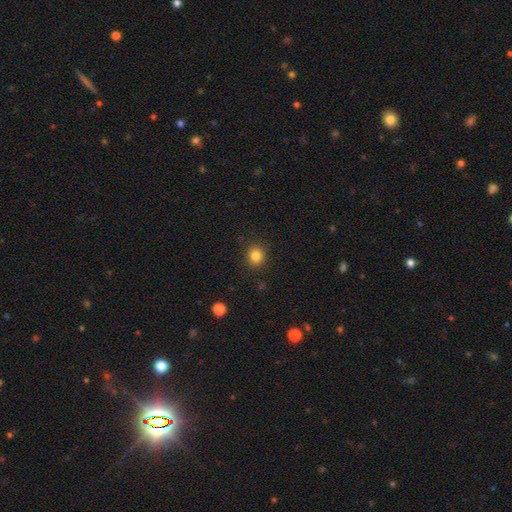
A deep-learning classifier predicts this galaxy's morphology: Smooth or featured?
  - smooth: 83% *
  - star or artifact: 12%
  - featured or disk: 5%
How rounded?
  - round: 81% *
  - in between: 18%
  - cigar-shaped: 1%
Merging?
  - none: 88% *
  - minor disturbance: 8%
  - major disturbance: 3%
  - merger: 1%